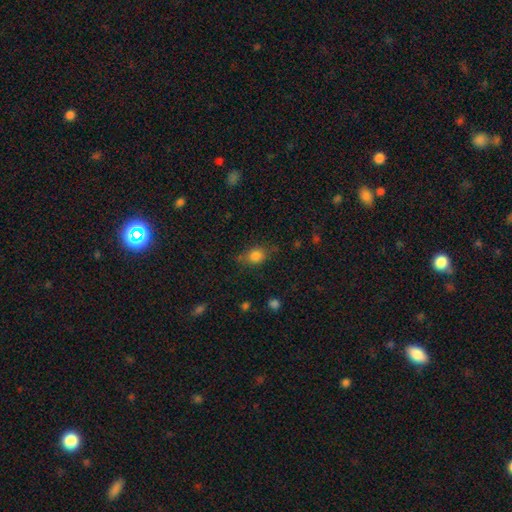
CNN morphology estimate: This is clearly a smooth galaxy (82%). How rounded: possibly round (52%). Merging: likely none (67%).